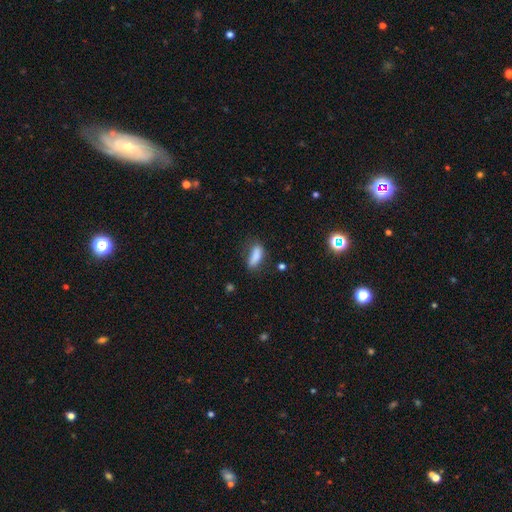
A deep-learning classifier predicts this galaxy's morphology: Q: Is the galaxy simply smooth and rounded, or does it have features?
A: smooth — 82%.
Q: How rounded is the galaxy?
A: in between — 68%.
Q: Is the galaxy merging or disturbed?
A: none — 56%.